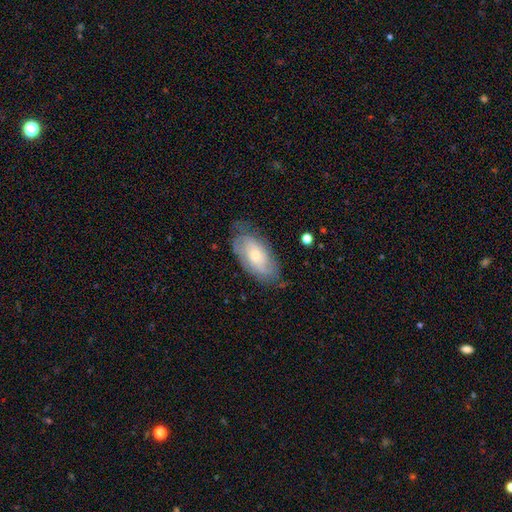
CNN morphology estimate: This is likely a featured or disk galaxy (60%). It is clearly not viewed edge-on (92%). Bar: likely no (77%). Spiral arm pattern: clearly yes (81%). Central bulge: possibly small (58%). Merging: likely none (70%).